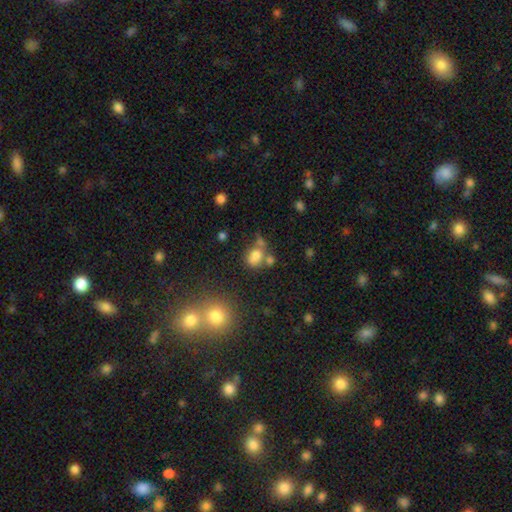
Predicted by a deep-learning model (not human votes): Q: Smooth or featured?
A: smooth (71%); runner-up: star or artifact (16%)
Q: How rounded?
A: round (57%); runner-up: in between (42%)
Q: Merging?
A: none (42%); runner-up: merger (35%)